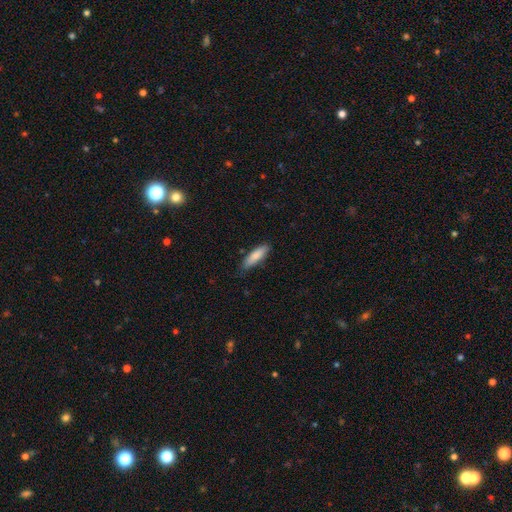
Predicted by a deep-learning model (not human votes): Smooth or featured?
  - smooth: 84% *
  - featured or disk: 10%
  - star or artifact: 6%
How rounded?
  - cigar-shaped: 56% *
  - in between: 42%
  - round: 1%
Merging?
  - none: 79% *
  - minor disturbance: 17%
  - major disturbance: 3%
  - merger: 2%